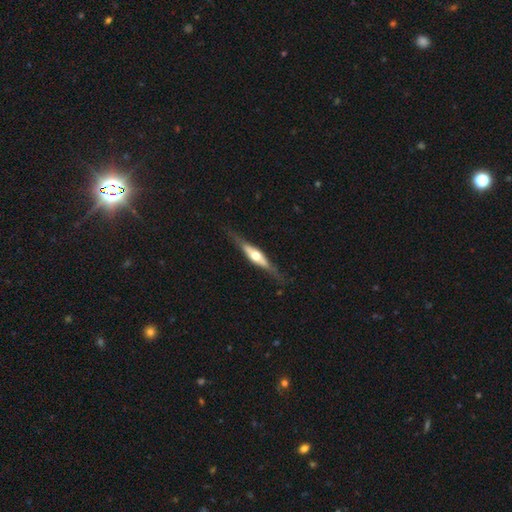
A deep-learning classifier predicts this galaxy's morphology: Smooth or featured? featured or disk (69%)
Edge-on disk? yes (94%)
Edge-on bulge? rounded (90%)
Merging? none (81%)